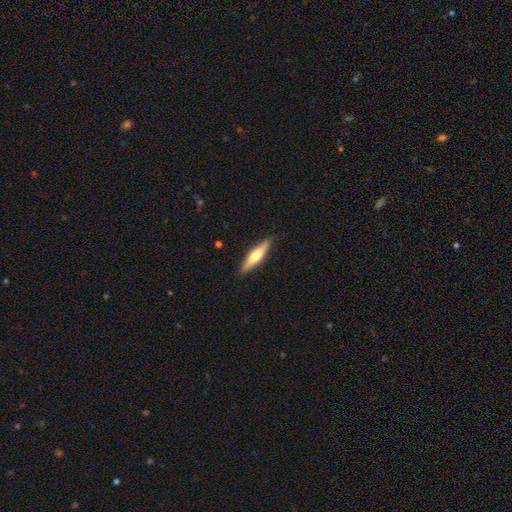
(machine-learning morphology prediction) smooth_or_featured: featured or disk (p=0.48) [alt: smooth p=0.47]
merging: none (p=0.89) [alt: minor disturbance p=0.08]